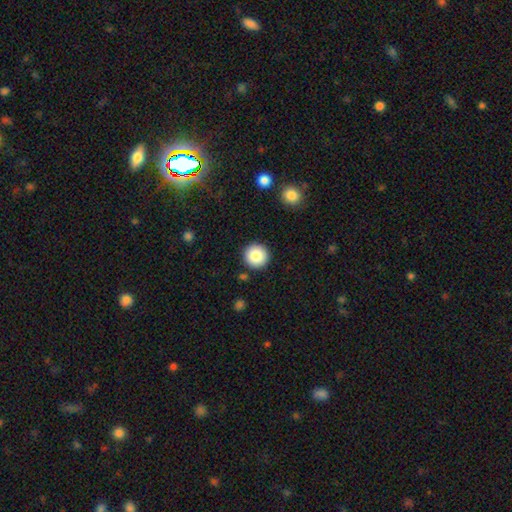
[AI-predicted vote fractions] Smooth or featured? smooth (86%)
How rounded? round (96%)
Merging? none (91%)